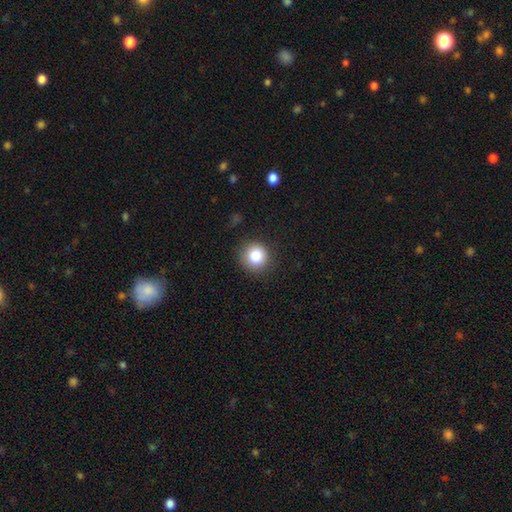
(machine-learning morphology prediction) This is clearly a smooth galaxy (84%). How rounded: clearly round (93%). Merging: clearly none (87%).